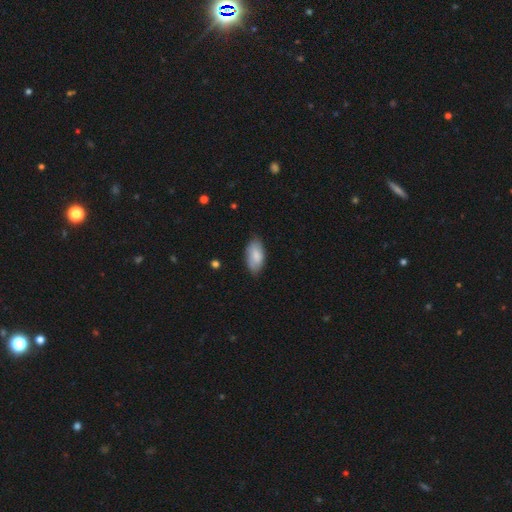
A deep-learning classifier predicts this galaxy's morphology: Smooth or featured? smooth (82%)
How rounded? in between (93%)
Merging? none (78%)